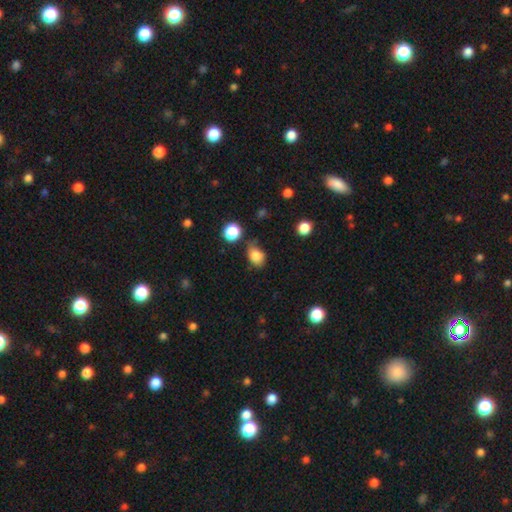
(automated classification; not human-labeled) Smooth or featured: smooth — 83% (star or artifact — 10%)
How rounded: in between — 65% (round — 34%)
Merging: none — 51% (minor disturbance — 33%)